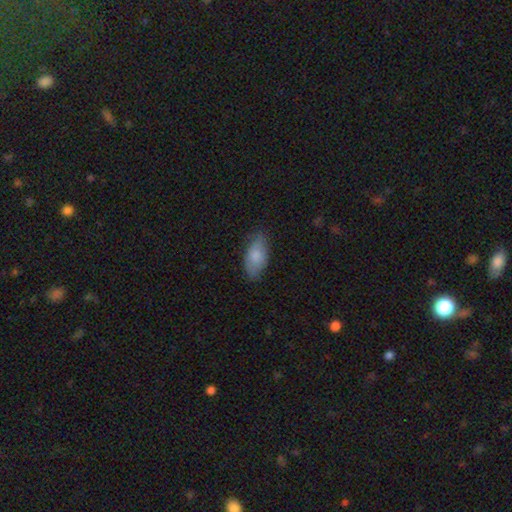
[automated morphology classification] smooth-or-featured: smooth: 80% | featured or disk: 14% | star or artifact: 6%
  how-rounded: in between: 91% | cigar-shaped: 6% | round: 3%
  merging: none: 74% | minor disturbance: 21% | major disturbance: 4% | merger: 1%